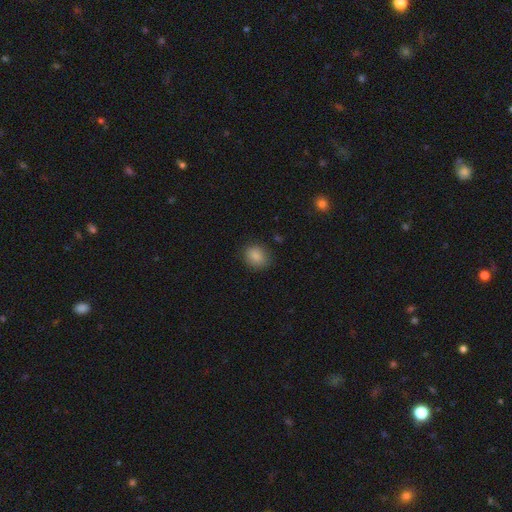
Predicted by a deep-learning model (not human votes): Smooth or featured?
  - smooth: 85% *
  - star or artifact: 9%
  - featured or disk: 6%
How rounded?
  - round: 64% *
  - in between: 35%
  - cigar-shaped: 1%
Merging?
  - none: 82% *
  - minor disturbance: 13%
  - major disturbance: 3%
  - merger: 1%